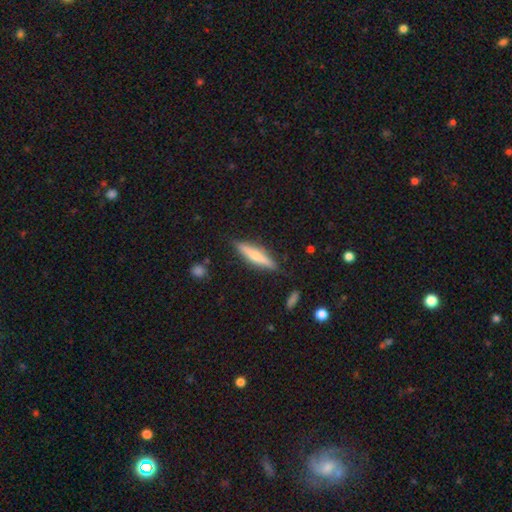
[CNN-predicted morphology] smooth 50%, featured or disk 44%, star or artifact 6%. Down the decision tree: merging — none (85%).